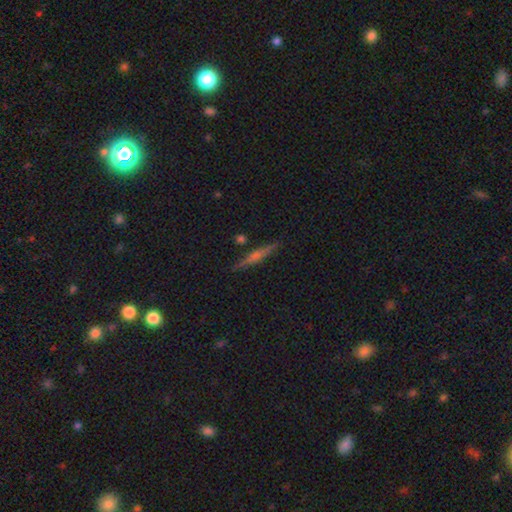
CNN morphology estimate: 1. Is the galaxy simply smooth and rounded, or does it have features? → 56% featured or disk, 34% smooth, 9% star or artifact.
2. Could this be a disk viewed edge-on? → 97% yes, 3% no.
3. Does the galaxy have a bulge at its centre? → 56% rounded, 30% none, 14% boxy.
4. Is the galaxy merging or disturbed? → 89% none, 8% minor disturbance, 2% merger, 2% major disturbance.